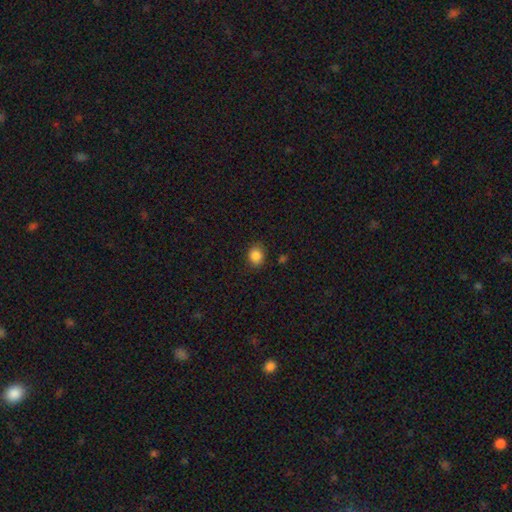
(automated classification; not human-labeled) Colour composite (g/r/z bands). It shows a smooth galaxy with no disk features (86%) that is round (57%). Merging: none (83%).